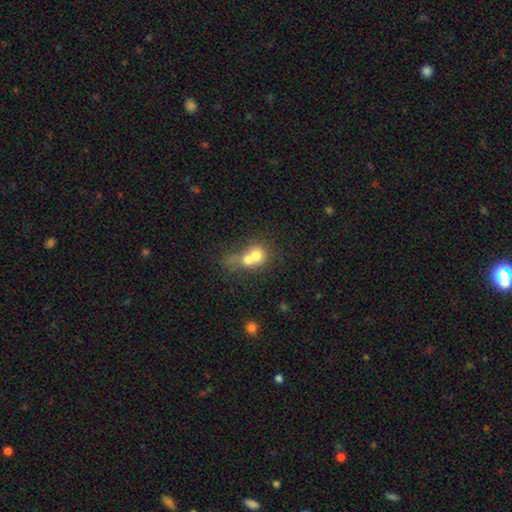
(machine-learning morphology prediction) The model was most divided on "smooth or featured": smooth: 66%, featured or disk: 24%, star or artifact: 11%. More confident: how rounded — round (72%); merging — merger (71%).